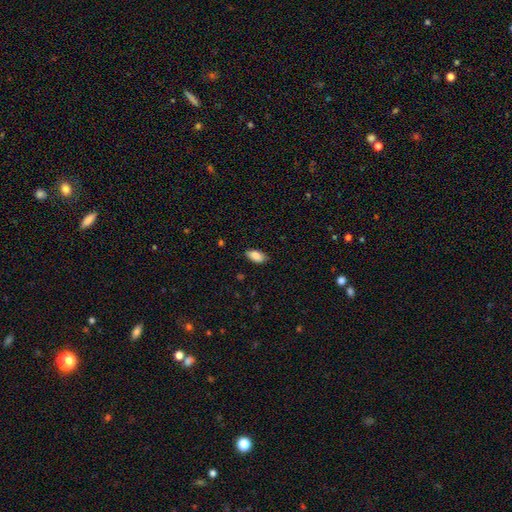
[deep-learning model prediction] Overall: smooth (88%). How rounded: in between (92%). Merging: none (82%).